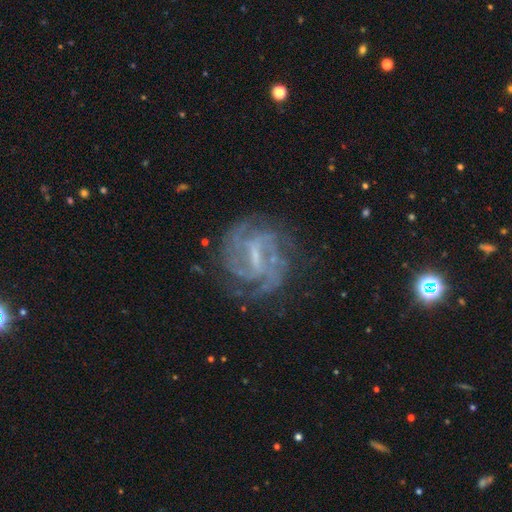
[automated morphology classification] This is clearly a featured or disk galaxy (85%). It is clearly not viewed edge-on (97%). Bar: possibly weak (48%). Spiral arm pattern: clearly yes (93%). Spiral arm count: marginally can't tell (30%). Spiral winding: possibly tight (49%). Central bulge: possibly small (48%). Merging: likely none (71%).